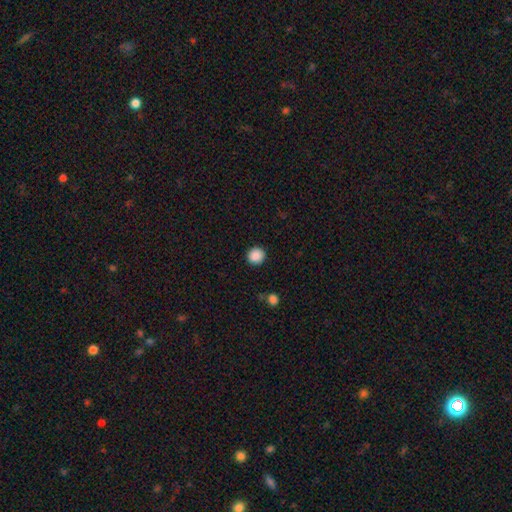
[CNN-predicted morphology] Overall: smooth (89%). How rounded: round (93%). Merging: none (91%).